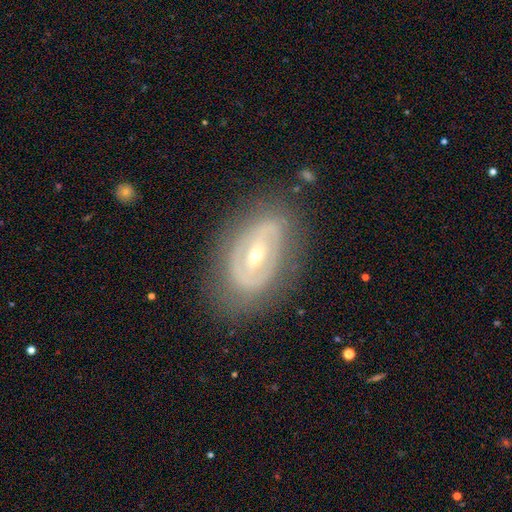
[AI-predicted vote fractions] Smooth or featured?
  - featured or disk: 76% *
  - smooth: 17%
  - star or artifact: 6%
Edge-on disk?
  - no: 92% *
  - yes: 8%
Bar?
  - no: 34% *
  - strong: 33%
  - weak: 33%
Spiral arms?
  - no: 57% *
  - yes: 43%
Bulge size?
  - small: 52% *
  - moderate: 44%
  - large: 2%
  - none: 1%
  - dominant: 1%
Merging?
  - none: 75% *
  - minor disturbance: 16%
  - major disturbance: 8%
  - merger: 1%